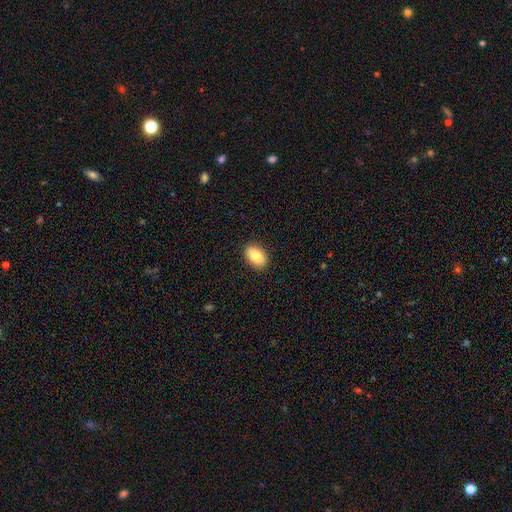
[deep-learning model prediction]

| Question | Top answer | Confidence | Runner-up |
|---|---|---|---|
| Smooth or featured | smooth | 80% | featured or disk (13%) |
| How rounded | in between | 87% | round (12%) |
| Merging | none | 89% | minor disturbance (8%) |